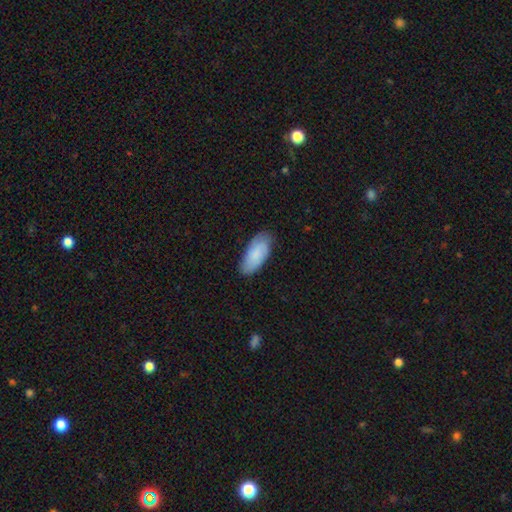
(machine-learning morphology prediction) smooth-or-featured: smooth: 77% | featured or disk: 17% | star or artifact: 6%
  how-rounded: in between: 88% | cigar-shaped: 10% | round: 2%
  merging: none: 80% | minor disturbance: 16% | major disturbance: 3% | merger: 1%